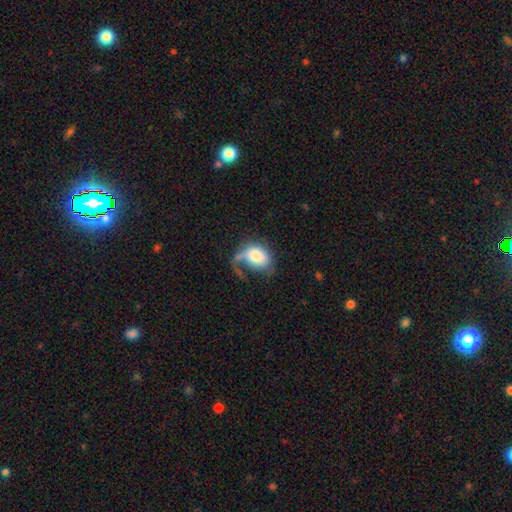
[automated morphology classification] Smooth or featured?
  - smooth: 67% *
  - featured or disk: 25%
  - star or artifact: 7%
How rounded?
  - in between: 69% *
  - round: 30%
  - cigar-shaped: 1%
Merging?
  - major disturbance: 42% *
  - none: 29%
  - minor disturbance: 21%
  - merger: 8%